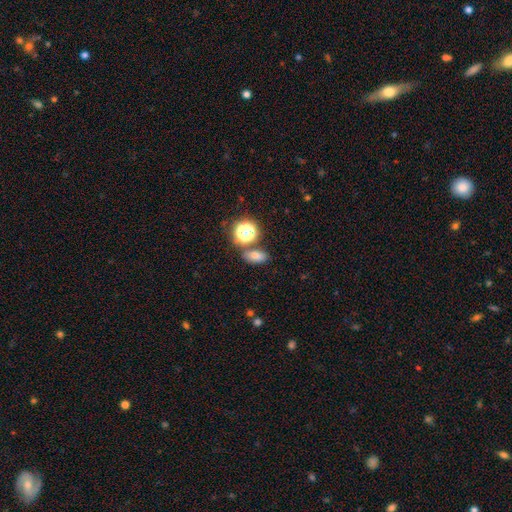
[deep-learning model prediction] Smooth or featured?
  - smooth: 71% *
  - star or artifact: 20%
  - featured or disk: 9%
How rounded?
  - in between: 75% *
  - round: 22%
  - cigar-shaped: 3%
Merging?
  - none: 72% *
  - merger: 13%
  - minor disturbance: 11%
  - major disturbance: 4%